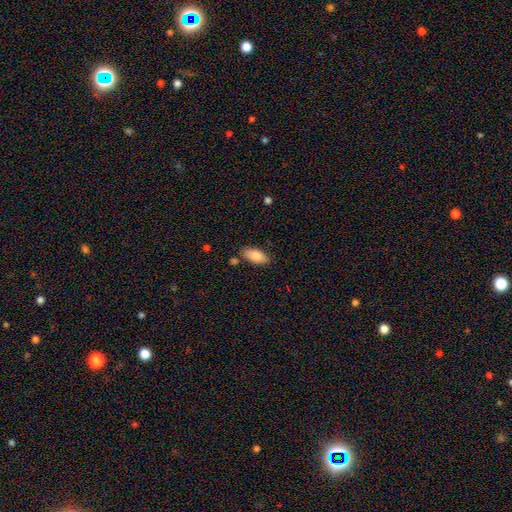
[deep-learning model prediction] smooth-or-featured: smooth: 86% | featured or disk: 8% | star or artifact: 7%
  how-rounded: in between: 90% | cigar-shaped: 8% | round: 2%
  merging: none: 81% | minor disturbance: 13% | merger: 4% | major disturbance: 3%